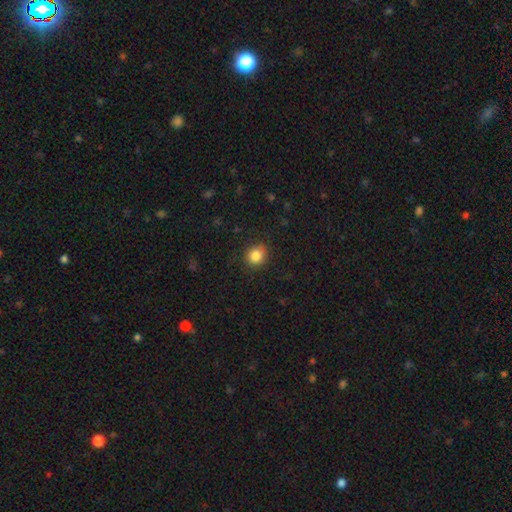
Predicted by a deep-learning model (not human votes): A smooth galaxy with no disk features (84%) that is round (81%). Merging: none (83%).